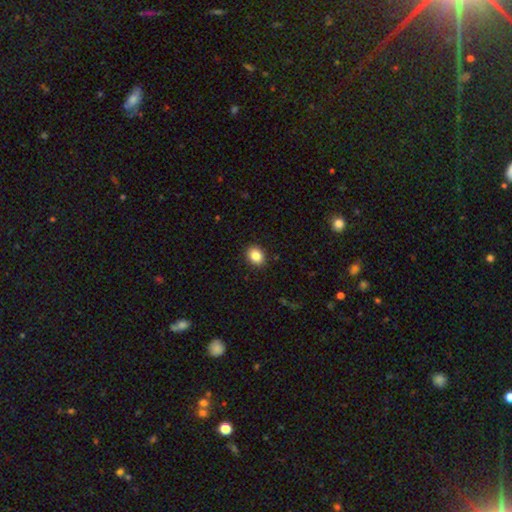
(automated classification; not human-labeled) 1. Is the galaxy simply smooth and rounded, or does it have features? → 86% smooth, 9% star or artifact, 5% featured or disk.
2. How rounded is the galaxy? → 55% in between, 44% round, 1% cigar-shaped.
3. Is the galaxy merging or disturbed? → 90% none, 7% minor disturbance, 2% major disturbance, 1% merger.